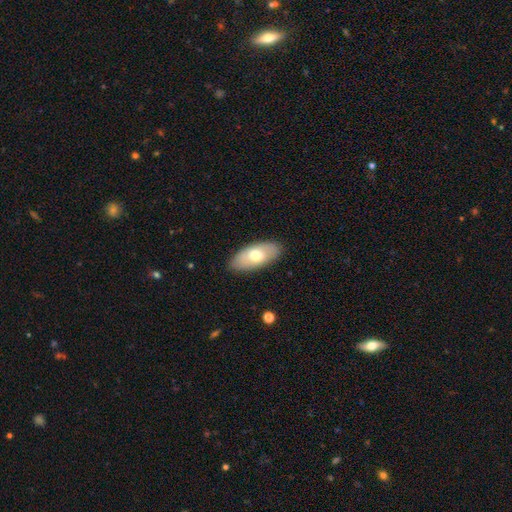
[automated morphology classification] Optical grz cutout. It shows a smooth galaxy with no disk features (66%) that is in between round and cigar-shaped (90%). Merging: none (86%).